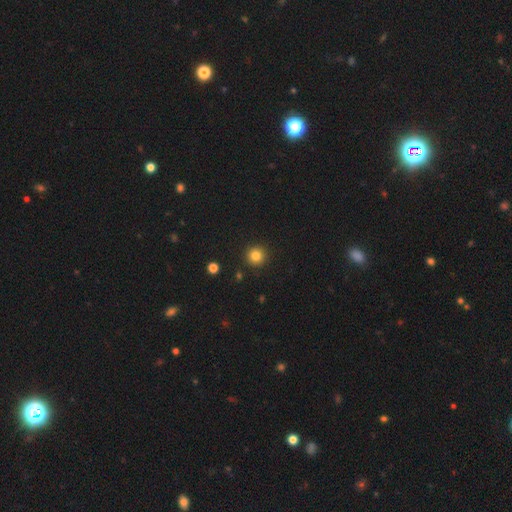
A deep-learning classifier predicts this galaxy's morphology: Q: Smooth or featured?
A: smooth (83%); runner-up: star or artifact (12%)
Q: How rounded?
A: round (95%); runner-up: in between (4%)
Q: Merging?
A: none (92%); runner-up: minor disturbance (5%)